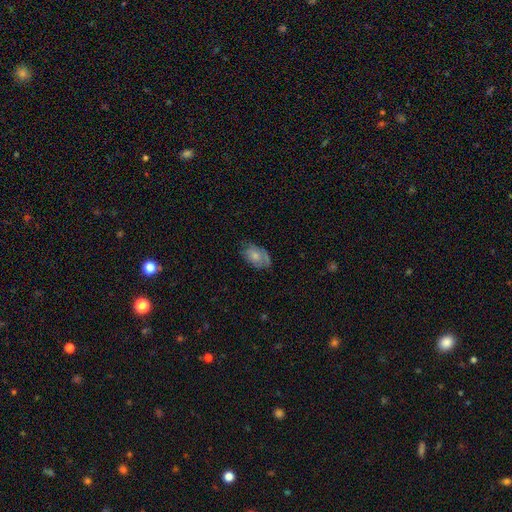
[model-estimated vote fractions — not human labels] A smooth galaxy with no disk features (66%) that is in between round and cigar-shaped (88%). Merging: none (61%).